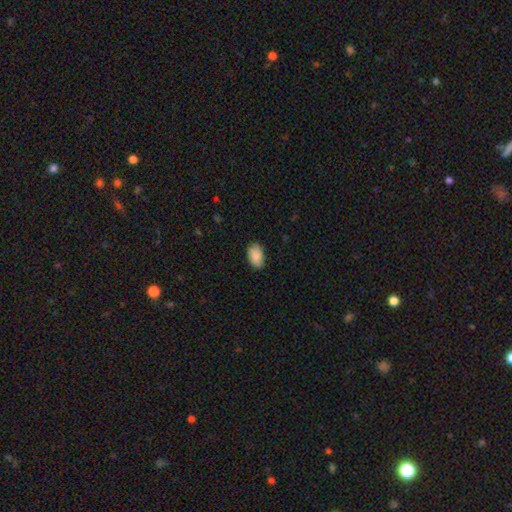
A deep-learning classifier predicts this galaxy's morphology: smooth_or_featured: smooth (p=0.89) [alt: star or artifact p=0.07]
how_rounded: in between (p=0.90) [alt: round p=0.08]
merging: none (p=0.80) [alt: minor disturbance p=0.16]